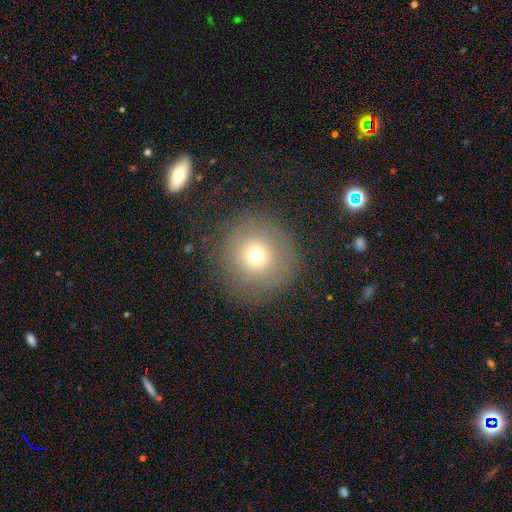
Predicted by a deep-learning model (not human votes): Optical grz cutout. It shows a smooth galaxy with no disk features (68%) that is round (95%). Merging: none (86%).